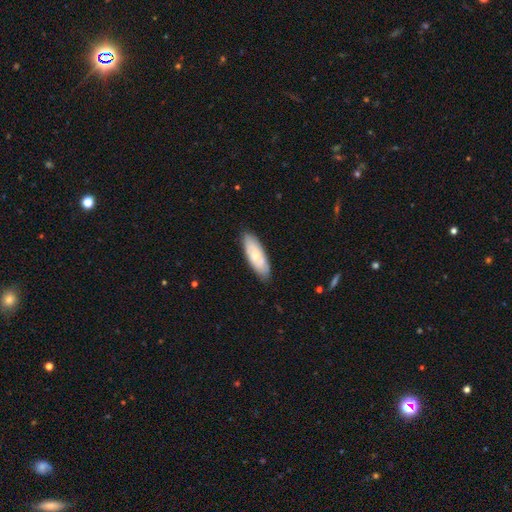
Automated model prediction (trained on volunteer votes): smooth 66%, featured or disk 29%, star or artifact 6%. Down the decision tree: how rounded — in between (62%); merging — none (84%).